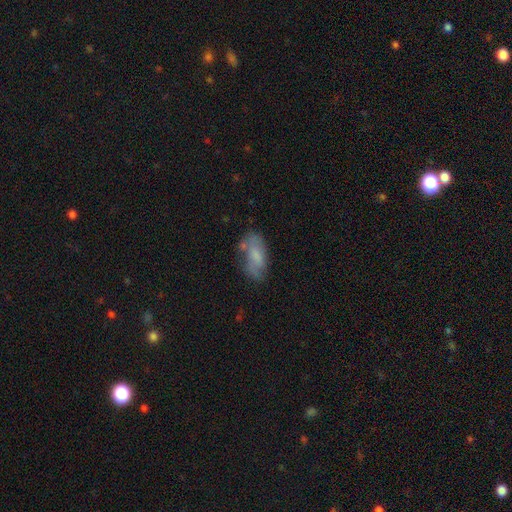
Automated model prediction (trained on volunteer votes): Smooth or featured? smooth (65%)
How rounded? in between (87%)
Merging? none (53%)